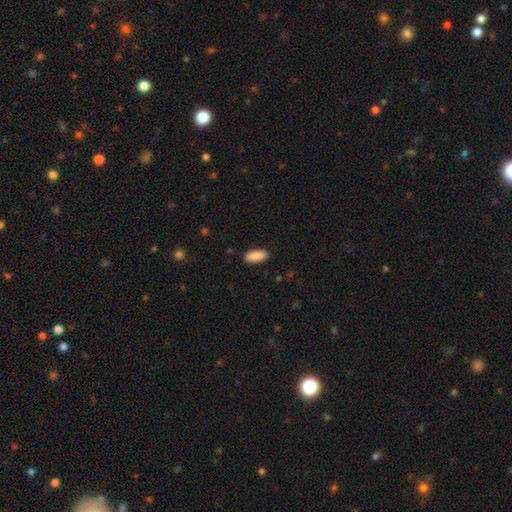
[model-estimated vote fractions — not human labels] Smooth or featured? smooth (90%)
How rounded? in between (88%)
Merging? none (89%)